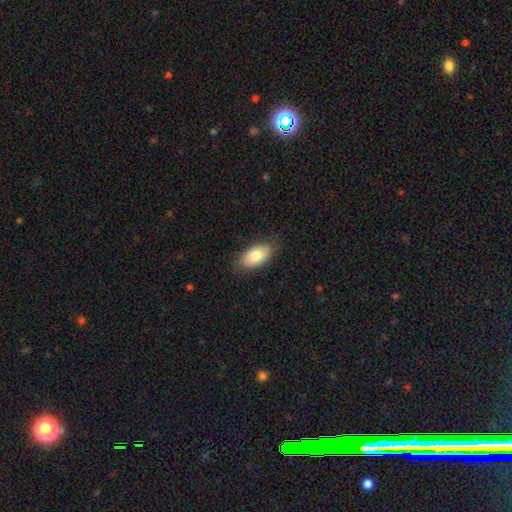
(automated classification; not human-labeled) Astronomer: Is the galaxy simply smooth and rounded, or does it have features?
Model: smooth — 79%.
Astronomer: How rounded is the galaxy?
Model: in between — 93%.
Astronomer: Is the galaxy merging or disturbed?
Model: none — 84%.